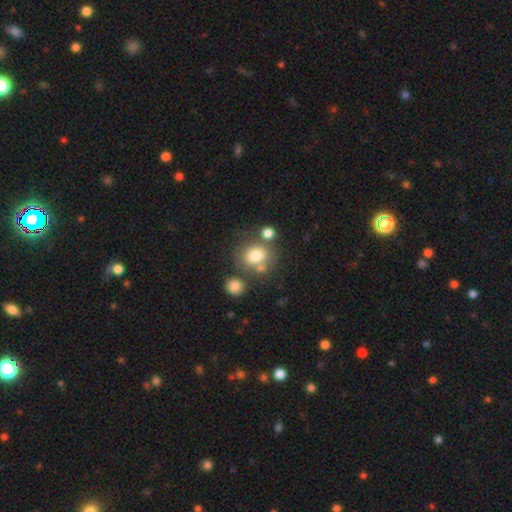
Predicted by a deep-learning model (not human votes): This appears to be a smooth galaxy with no disk features (76%) that is round (64%). Merging: none (58%).